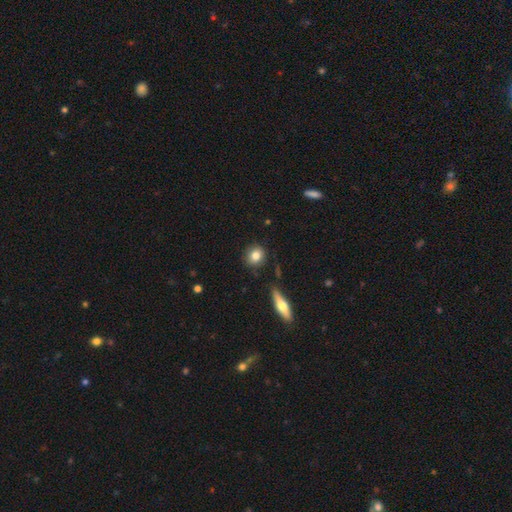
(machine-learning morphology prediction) This appears to be a smooth galaxy with no disk features (82%) that is round (77%). Merging: none (86%).